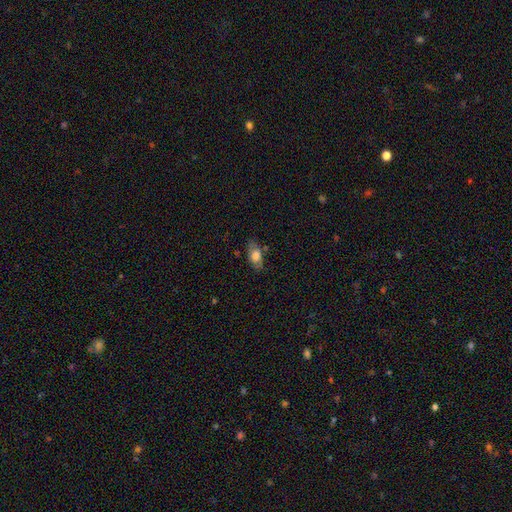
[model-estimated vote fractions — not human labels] A smooth galaxy with no disk features (68%) that is in between round and cigar-shaped (87%).

Vote fractions:
- Smooth or featured? smooth: 68% / featured or disk: 24% / star or artifact: 9%
- How rounded? in between: 87% / round: 7% / cigar-shaped: 5%
- Merging? none: 71% / minor disturbance: 21% / major disturbance: 6% / merger: 2%